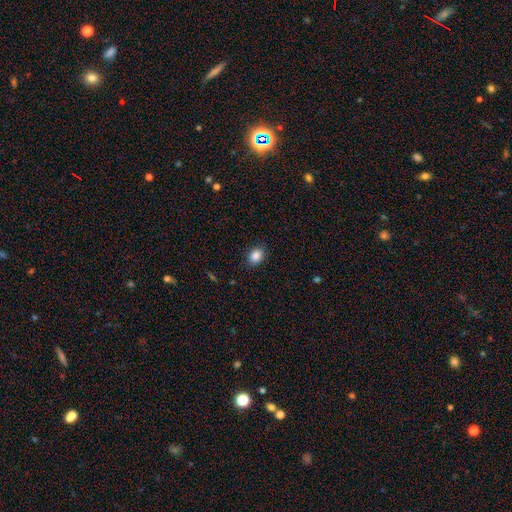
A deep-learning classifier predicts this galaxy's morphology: This is clearly a smooth galaxy (87%). How rounded: possibly in between (55%). Merging: clearly none (86%).